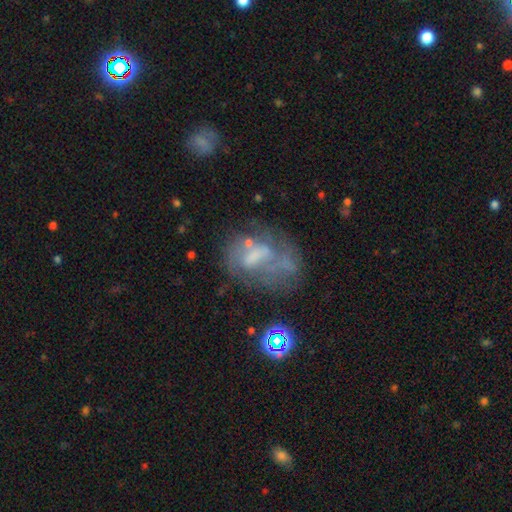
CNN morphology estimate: This appears to be a featured or disk galaxy (57%) with no bar (51%), no spiral arms (63%) and no central bulge (45%). Merging: none (37%).